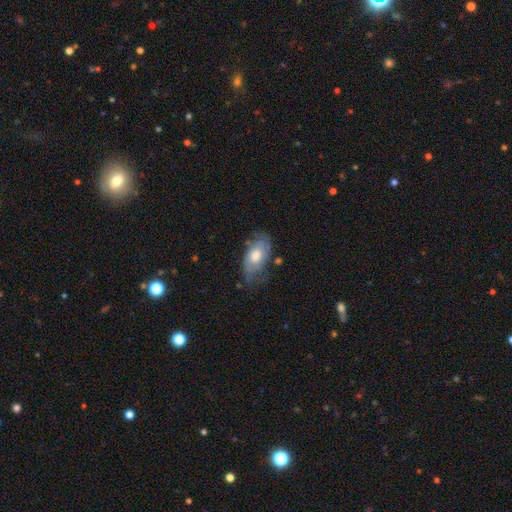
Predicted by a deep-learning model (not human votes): The model was most divided on "smooth or featured": featured or disk: 58%, smooth: 35%, star or artifact: 7%. More confident: edge-on disk — no (90%); spiral arms — yes (77%); bar — no (75%); bulge size — moderate (67%); merging — none (57%).